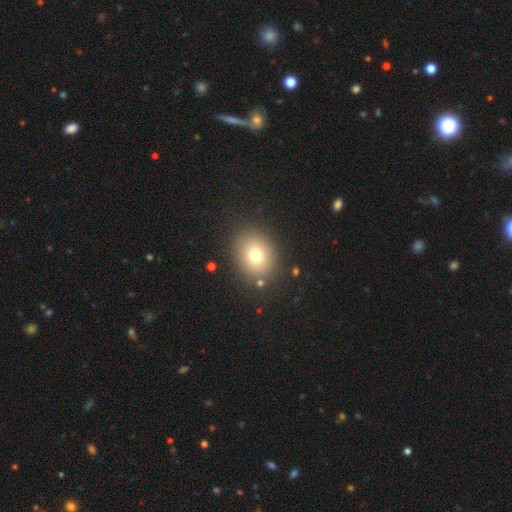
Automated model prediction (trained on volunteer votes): A smooth galaxy with no disk features (75%) that is round (57%).

Vote fractions:
- Smooth or featured? smooth: 75% / star or artifact: 13% / featured or disk: 12%
- How rounded? round: 57% / in between: 42% / cigar-shaped: 1%
- Merging? none: 84% / minor disturbance: 9% / major disturbance: 4% / merger: 3%